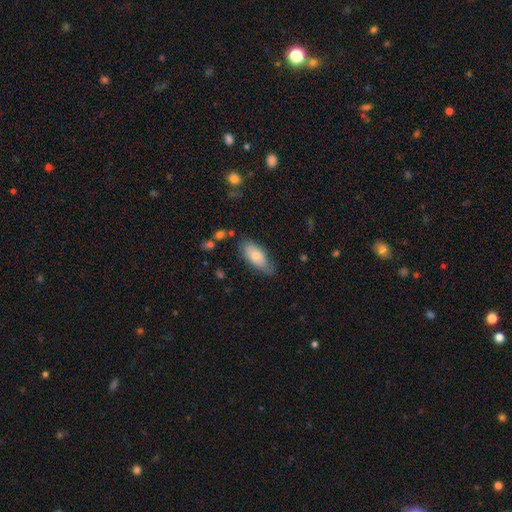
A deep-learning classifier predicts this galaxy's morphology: A smooth galaxy with no disk features (73%) that is in between round and cigar-shaped (85%).

Vote fractions:
- Smooth or featured? smooth: 73% / featured or disk: 21% / star or artifact: 6%
- How rounded? in between: 85% / cigar-shaped: 12% / round: 2%
- Merging? none: 65% / minor disturbance: 27% / major disturbance: 6% / merger: 2%